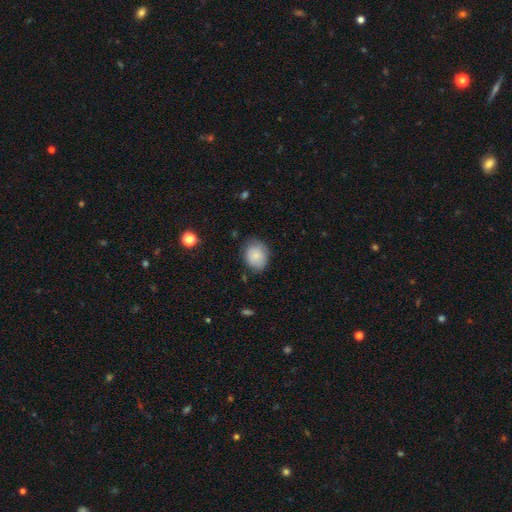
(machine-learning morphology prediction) The model was most divided on "how rounded": round: 55%, in between: 44%, cigar-shaped: 1%. More confident: smooth or featured — smooth (83%); merging — none (70%).